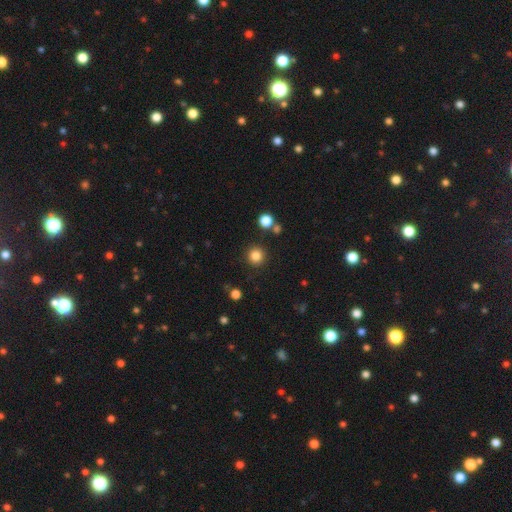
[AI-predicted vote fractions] smooth_or_featured: smooth (p=0.84) [alt: star or artifact p=0.12]
how_rounded: round (p=0.95) [alt: in between p=0.04]
merging: none (p=0.89) [alt: minor disturbance p=0.06]